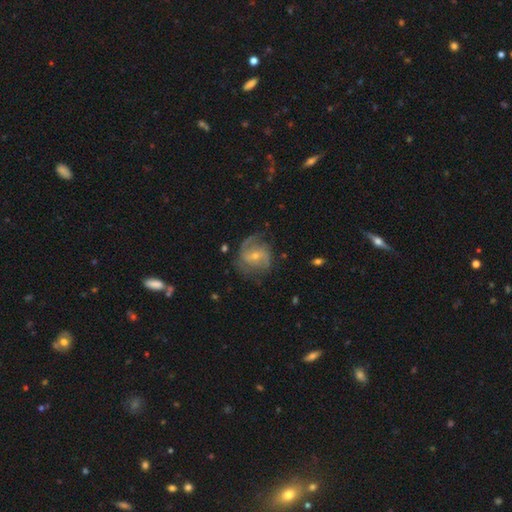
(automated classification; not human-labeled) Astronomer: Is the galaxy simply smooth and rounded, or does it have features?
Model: featured or disk — 78%.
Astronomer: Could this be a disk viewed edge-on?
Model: no — 97%.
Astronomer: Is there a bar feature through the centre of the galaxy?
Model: weak — 47% (runner-up: no, 39%).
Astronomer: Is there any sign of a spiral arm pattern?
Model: yes — 93%.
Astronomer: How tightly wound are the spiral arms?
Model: medium — 47% (runner-up: tight, 27%).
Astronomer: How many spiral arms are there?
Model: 2 — 63%.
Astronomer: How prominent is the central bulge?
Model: small — 60%.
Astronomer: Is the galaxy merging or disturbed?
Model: none — 67%.